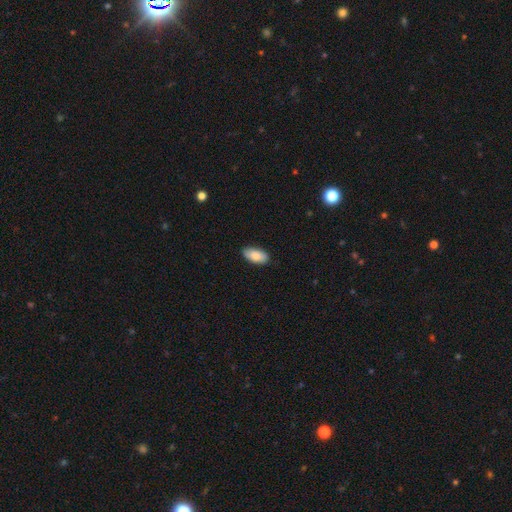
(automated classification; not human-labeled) A smooth galaxy with no disk features (86%) that is in between round and cigar-shaped (93%).

Vote fractions:
- Smooth or featured? smooth: 86% / featured or disk: 8% / star or artifact: 6%
- How rounded? in between: 93% / cigar-shaped: 4% / round: 2%
- Merging? none: 87% / minor disturbance: 10% / major disturbance: 2% / merger: 1%